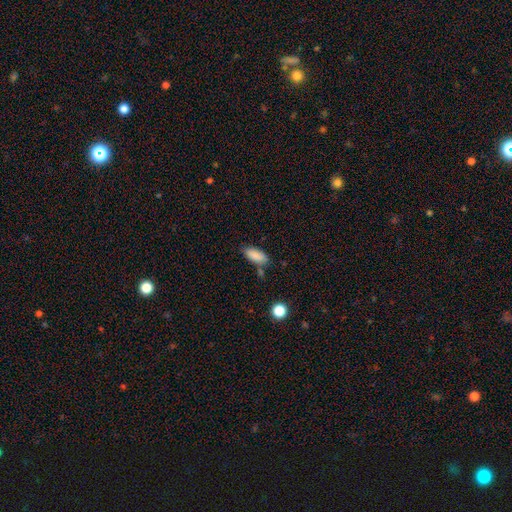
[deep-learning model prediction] A smooth galaxy with no disk features (87%) that is in between round and cigar-shaped (86%).

Vote fractions:
- Smooth or featured? smooth: 87% / star or artifact: 8% / featured or disk: 5%
- How rounded? in between: 86% / cigar-shaped: 12% / round: 3%
- Merging? none: 71% / minor disturbance: 17% / merger: 7% / major disturbance: 4%